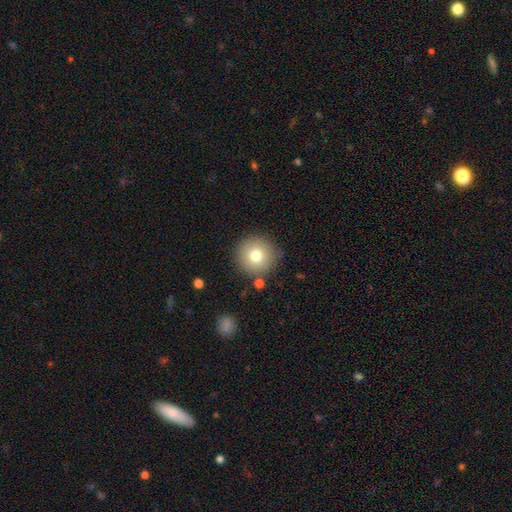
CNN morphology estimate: This appears to be a smooth galaxy with no disk features (76%) that is round (96%). Merging: none (86%).